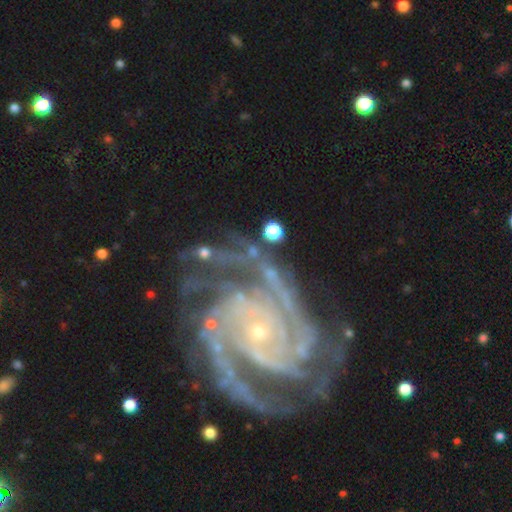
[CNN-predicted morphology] smooth_or_featured: featured or disk (p=0.92) [alt: star or artifact p=0.05]
disk_edge_on: no (p=0.98) [alt: yes p=0.02]
bar: no (p=0.71) [alt: weak p=0.18]
has_spiral_arms: yes (p=0.98) [alt: no p=0.02]
spiral_winding: tight (p=0.66) [alt: medium p=0.29]
spiral_arm_count: 2 (p=0.27) [alt: 3 p=0.22]
bulge_size: small (p=0.82) [alt: moderate p=0.14]
merging: none (p=0.65) [alt: minor disturbance p=0.19]